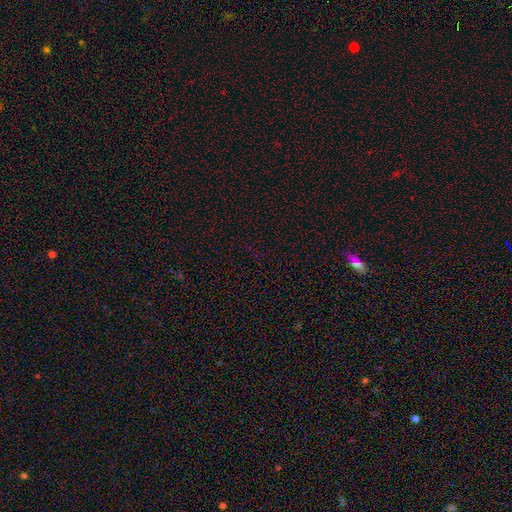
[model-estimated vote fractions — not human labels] Q: Smooth or featured?
A: star or artifact (73%); runner-up: smooth (21%)